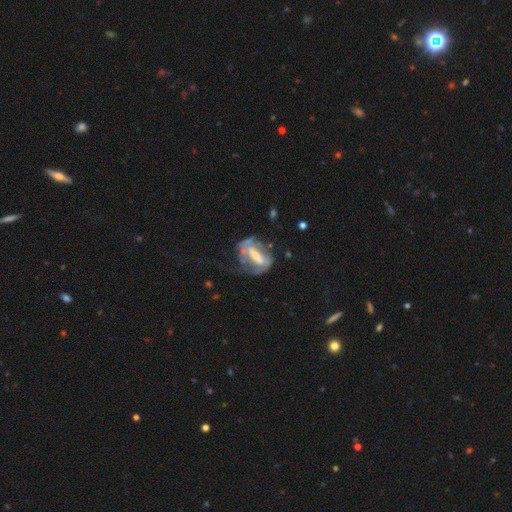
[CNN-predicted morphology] A featured or disk galaxy (71%) with a strong bar (44%), spiral arms (57%) and a small central bulge (44%).

Vote fractions:
- Smooth or featured? featured or disk: 71% / smooth: 21% / star or artifact: 8%
- Edge-on disk? no: 94% / yes: 6%
- Bar? strong: 44% / weak: 32% / no: 25%
- Spiral arms? yes: 57% / no: 43%
- Bulge size? small: 44% / moderate: 36% / none: 11% / large: 8% / dominant: 2%
- Merging? none: 36% / major disturbance: 35% / minor disturbance: 23% / merger: 6%